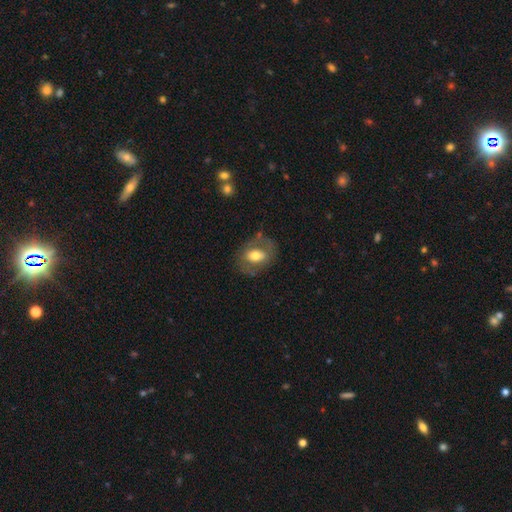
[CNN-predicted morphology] The model was most divided on "smooth or featured": smooth: 51%, featured or disk: 43%, star or artifact: 7%. More confident: merging — none (68%); how rounded — in between (67%).